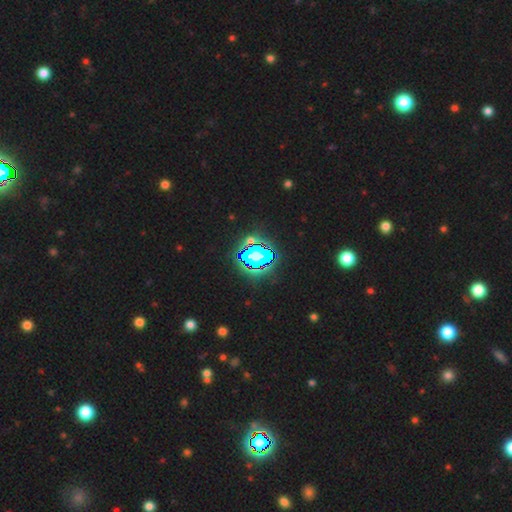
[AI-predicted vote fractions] A star or artifact, not a galaxy (63%).

Vote fractions:
- Smooth or featured? star or artifact: 63% / smooth: 22% / featured or disk: 15%